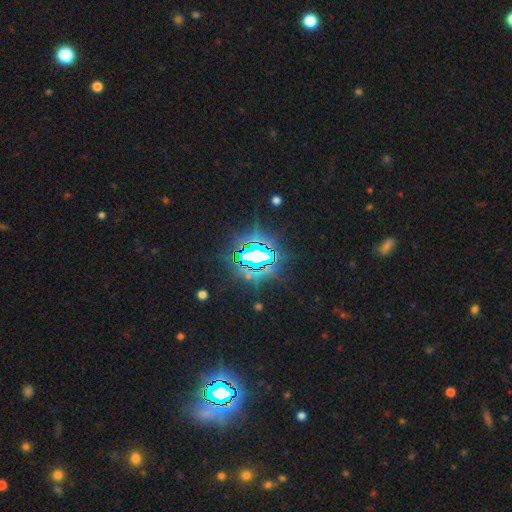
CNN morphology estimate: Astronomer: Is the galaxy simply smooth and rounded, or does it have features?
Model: star or artifact — 80%.